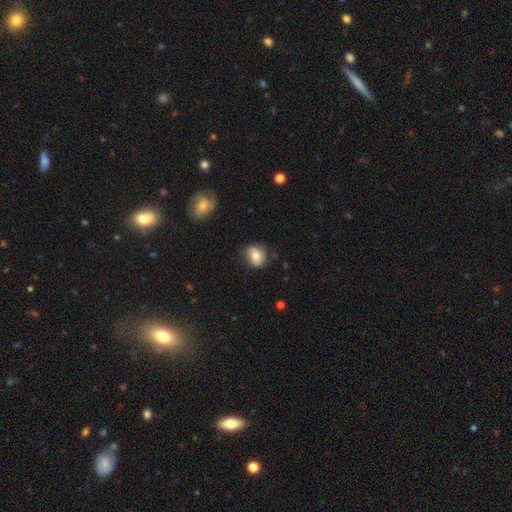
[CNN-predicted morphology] The model was most divided on "how rounded": round: 60%, in between: 39%, cigar-shaped: 1%. More confident: smooth or featured — smooth (67%); merging — none (63%).